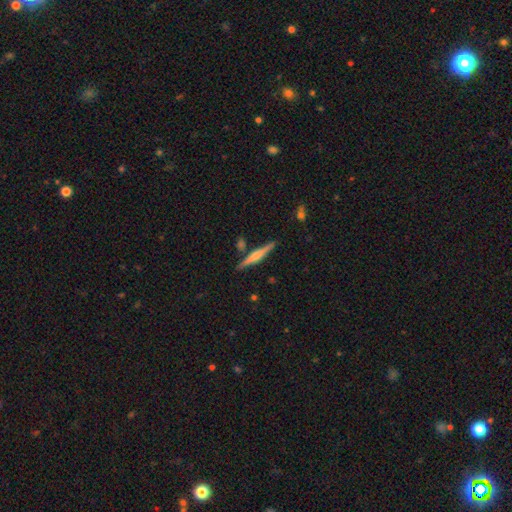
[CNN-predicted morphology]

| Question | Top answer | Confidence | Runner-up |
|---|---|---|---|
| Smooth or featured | featured or disk | 60% | smooth (34%) |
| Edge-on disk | yes | 98% | no (2%) |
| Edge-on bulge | rounded | 61% | boxy (21%) |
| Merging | none | 84% | minor disturbance (9%) |